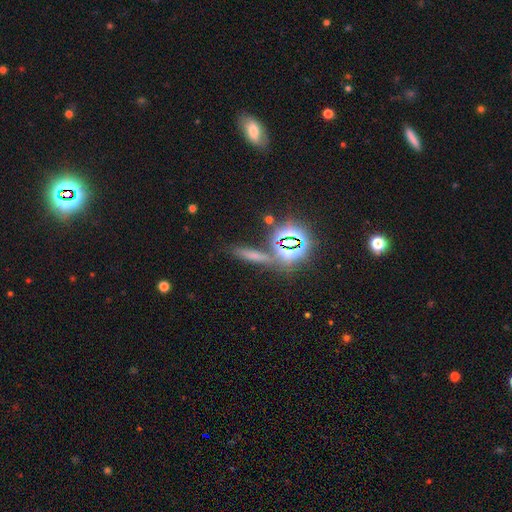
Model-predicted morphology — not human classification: This is marginally a smooth galaxy (45%). Merging: likely none (76%).